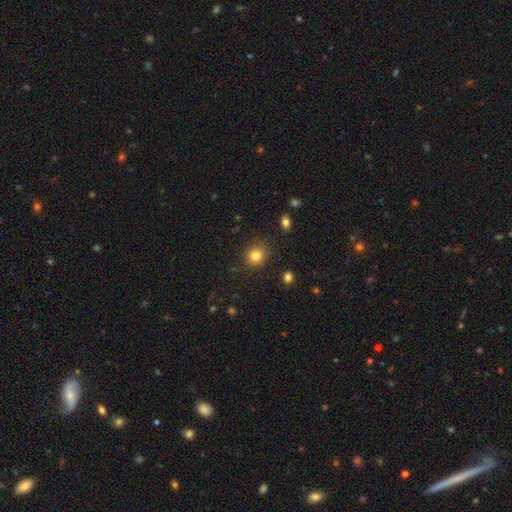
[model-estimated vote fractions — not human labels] This is clearly a smooth galaxy (82%). How rounded: clearly round (81%). Merging: clearly none (85%).